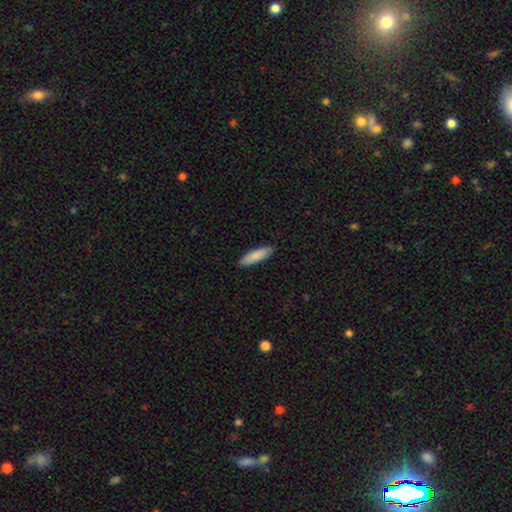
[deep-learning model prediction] A smooth galaxy with no disk features (87%) that is cigar-shaped (65%).

Vote fractions:
- Smooth or featured? smooth: 87% / featured or disk: 7% / star or artifact: 5%
- How rounded? cigar-shaped: 65% / in between: 33% / round: 1%
- Merging? none: 90% / minor disturbance: 8% / major disturbance: 2% / merger: 1%